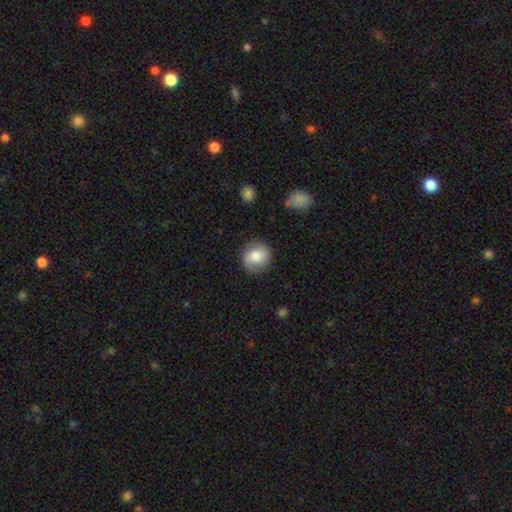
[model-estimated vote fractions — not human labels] Q: Smooth or featured?
A: smooth (75%); runner-up: featured or disk (17%)
Q: How rounded?
A: round (81%); runner-up: in between (18%)
Q: Merging?
A: none (81%); runner-up: minor disturbance (14%)